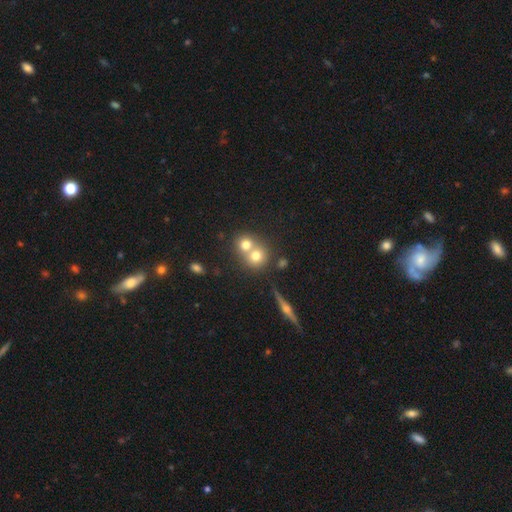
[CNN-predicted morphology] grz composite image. It shows a smooth galaxy with no disk features (69%) that is round (82%). Merging: merger (60%).